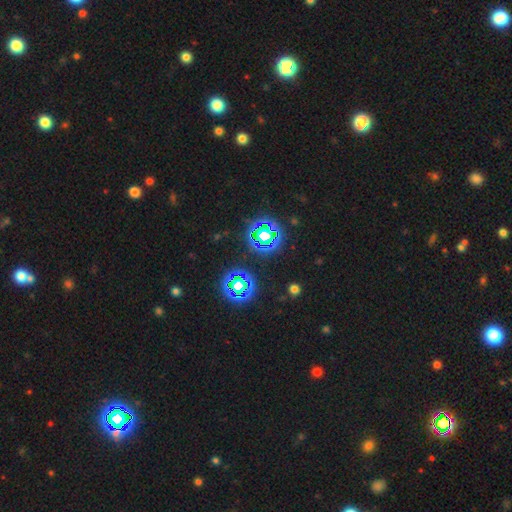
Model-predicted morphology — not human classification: A star or artifact, not a galaxy (74%).